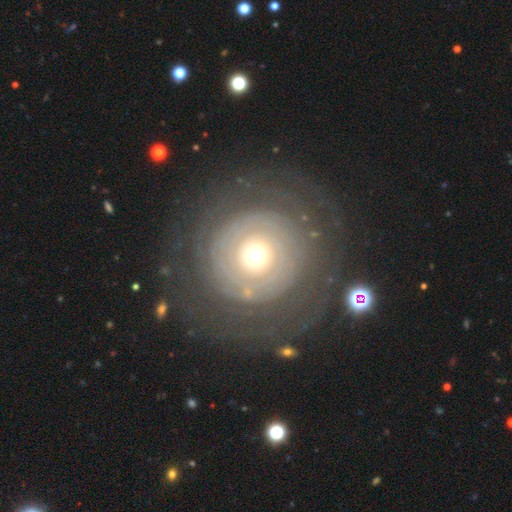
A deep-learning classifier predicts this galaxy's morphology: featured or disk 73%, smooth 19%, star or artifact 8%. Down the decision tree: edge-on disk — no (97%); bar — no (89%); spiral arms — yes (75%); spiral arm count — can't tell (47%); spiral winding — tight (83%); bulge size — moderate (59%); merging — none (75%).